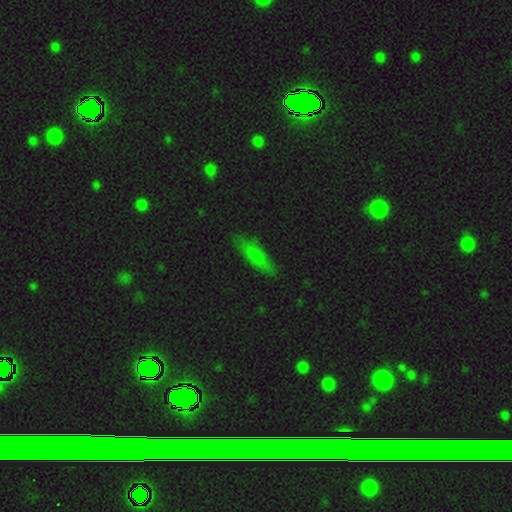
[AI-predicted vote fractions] Smooth or featured: smooth — 74% (featured or disk — 14%)
How rounded: cigar-shaped — 58% (in between — 39%)
Merging: none — 82% (minor disturbance — 14%)